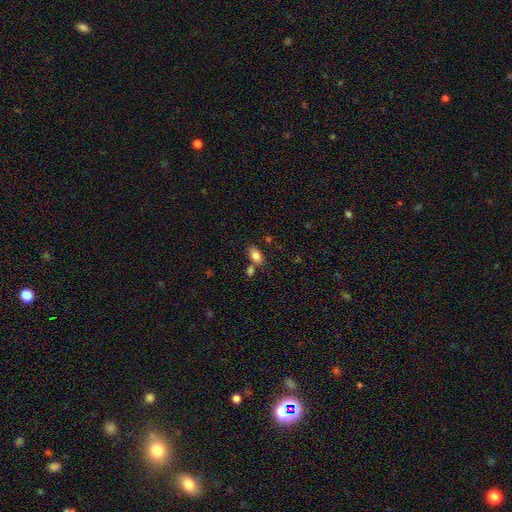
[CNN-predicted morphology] A smooth galaxy with no disk features (84%) that is in between round and cigar-shaped (89%). Merging: none (67%).